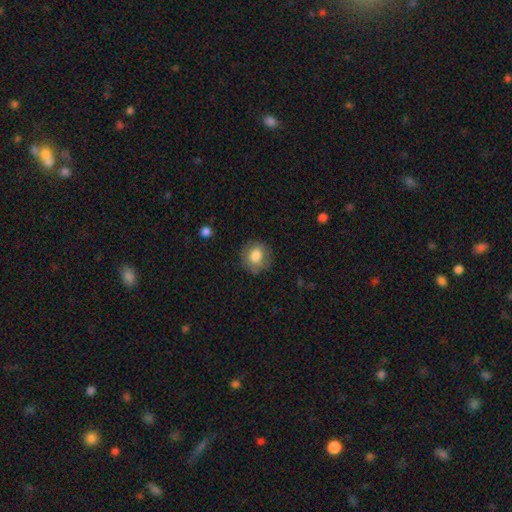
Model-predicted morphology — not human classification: A smooth galaxy with no disk features (79%) that is round (87%).

Vote fractions:
- Smooth or featured? smooth: 79% / featured or disk: 13% / star or artifact: 9%
- How rounded? round: 87% / in between: 12% / cigar-shaped: 1%
- Merging? none: 81% / minor disturbance: 13% / major disturbance: 4% / merger: 1%